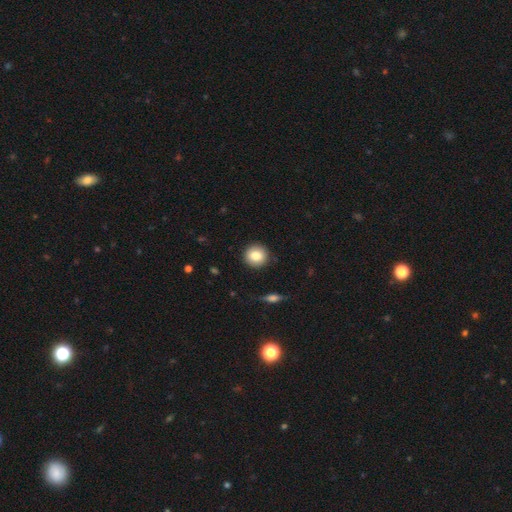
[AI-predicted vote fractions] smooth_or_featured: smooth (p=0.84) [alt: star or artifact p=0.09]
how_rounded: round (p=0.91) [alt: in between p=0.08]
merging: none (p=0.90) [alt: minor disturbance p=0.07]